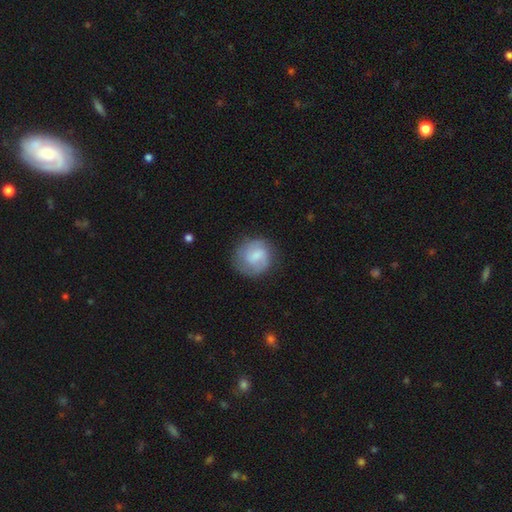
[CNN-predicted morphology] smooth 56%, featured or disk 37%, star or artifact 7%. Down the decision tree: how rounded — round (86%); merging — none (72%).